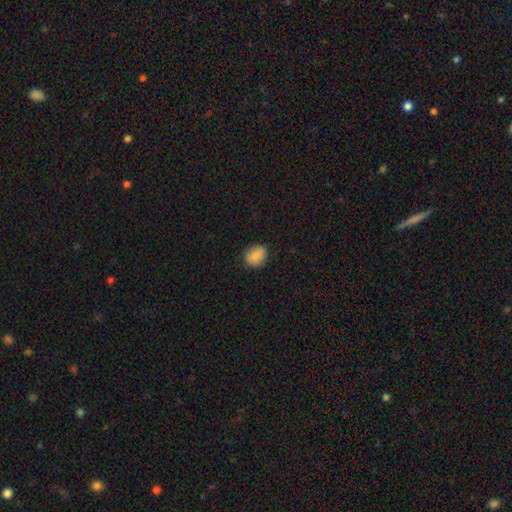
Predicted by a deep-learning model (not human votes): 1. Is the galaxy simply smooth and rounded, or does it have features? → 82% smooth, 10% featured or disk, 9% star or artifact.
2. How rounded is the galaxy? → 68% round, 31% in between, 1% cigar-shaped.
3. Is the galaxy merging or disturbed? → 79% none, 16% minor disturbance, 4% major disturbance, 1% merger.